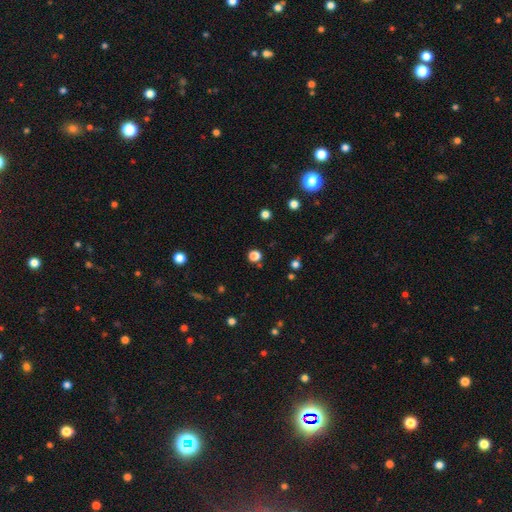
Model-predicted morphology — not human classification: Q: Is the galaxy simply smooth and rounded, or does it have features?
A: smooth — 77%.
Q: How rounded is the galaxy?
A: round — 81%.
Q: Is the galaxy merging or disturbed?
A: none — 88%.